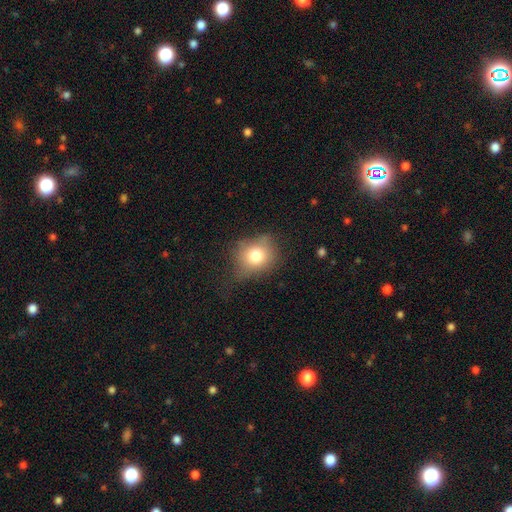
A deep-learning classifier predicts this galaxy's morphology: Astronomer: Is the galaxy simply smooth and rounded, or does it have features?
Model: smooth — 75%.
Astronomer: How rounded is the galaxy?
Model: round — 66%.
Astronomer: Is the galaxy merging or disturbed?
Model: none — 58%.